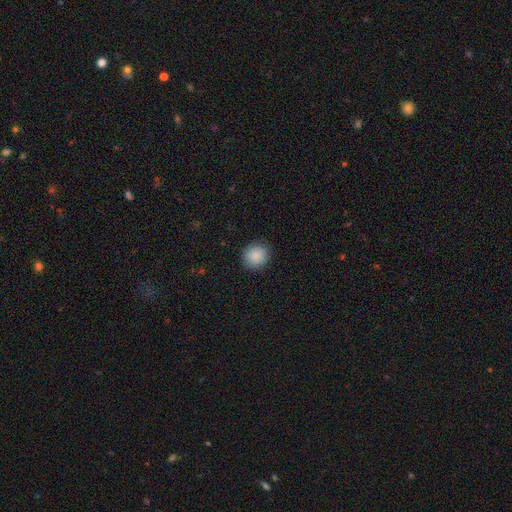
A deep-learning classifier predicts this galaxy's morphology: Smooth or featured: smooth — 89% (star or artifact — 8%)
How rounded: round — 84% (in between — 15%)
Merging: none — 89% (minor disturbance — 7%)